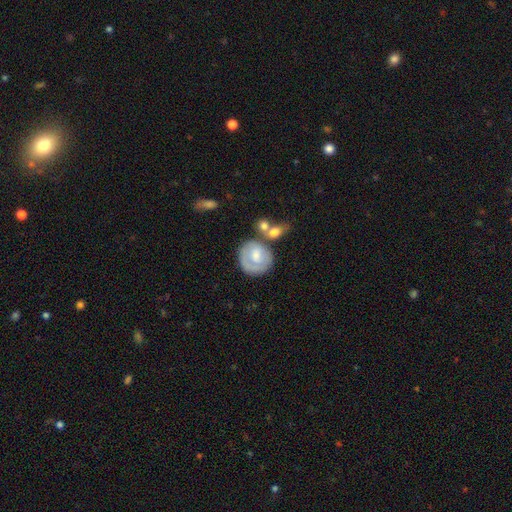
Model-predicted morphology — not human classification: Smooth or featured? Predicted: smooth (p=0.54). How rounded? Predicted: round (p=0.81). Merging? Predicted: none (p=0.55).